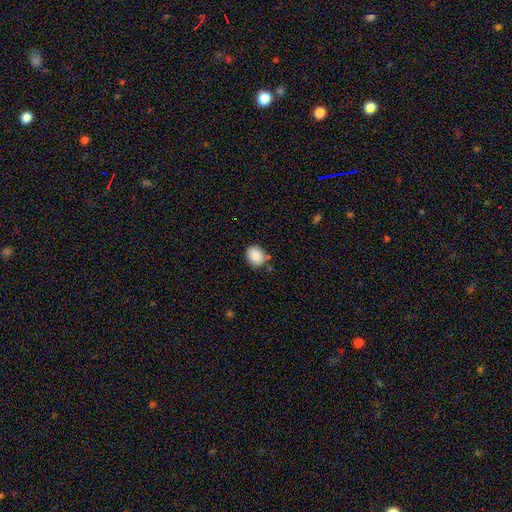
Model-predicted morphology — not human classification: Smooth or featured: smooth — 88% (star or artifact — 8%)
How rounded: round — 59% (in between — 40%)
Merging: none — 75% (minor disturbance — 17%)